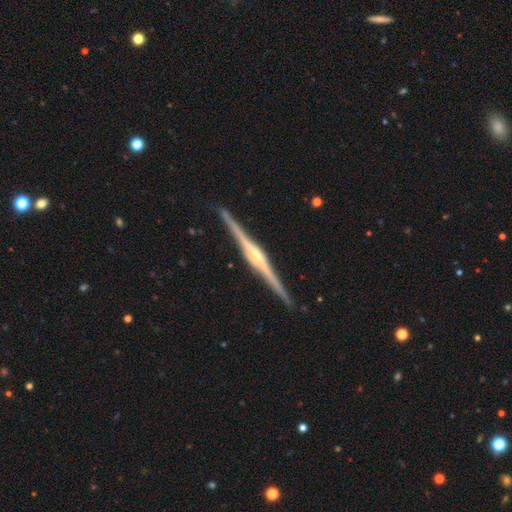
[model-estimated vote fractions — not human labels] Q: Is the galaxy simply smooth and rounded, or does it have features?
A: featured or disk — 89%.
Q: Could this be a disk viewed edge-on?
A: yes — 99%.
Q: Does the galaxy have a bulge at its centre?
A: rounded — 71%.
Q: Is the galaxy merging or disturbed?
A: none — 92%.